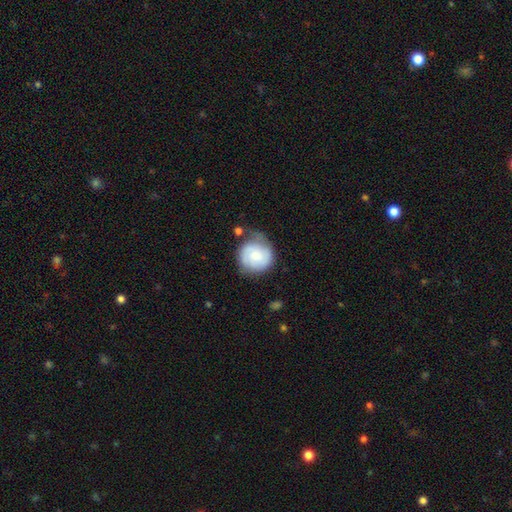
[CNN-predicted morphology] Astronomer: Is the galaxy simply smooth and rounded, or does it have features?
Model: smooth — 52% (runner-up: featured or disk, 41%).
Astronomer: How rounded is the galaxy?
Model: round — 88%.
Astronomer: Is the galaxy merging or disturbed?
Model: none — 51% (runner-up: minor disturbance, 31%).